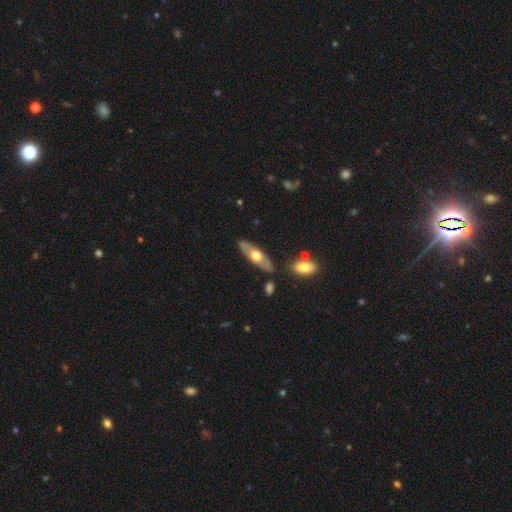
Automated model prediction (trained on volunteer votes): A featured or disk galaxy (52%) viewed edge-on (52%).

Vote fractions:
- Smooth or featured? featured or disk: 52% / smooth: 43% / star or artifact: 5%
- Edge-on disk? yes: 52% / no: 48%
- Merging? none: 80% / minor disturbance: 12% / merger: 5% / major disturbance: 3%